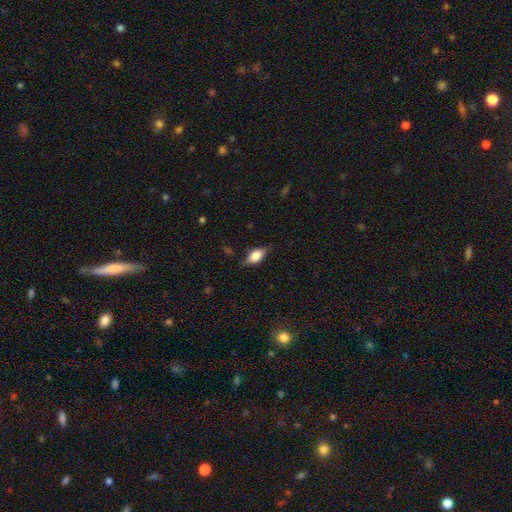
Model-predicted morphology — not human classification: This is possibly a smooth galaxy (57%). How rounded: clearly in between (81%). Merging: likely none (74%).